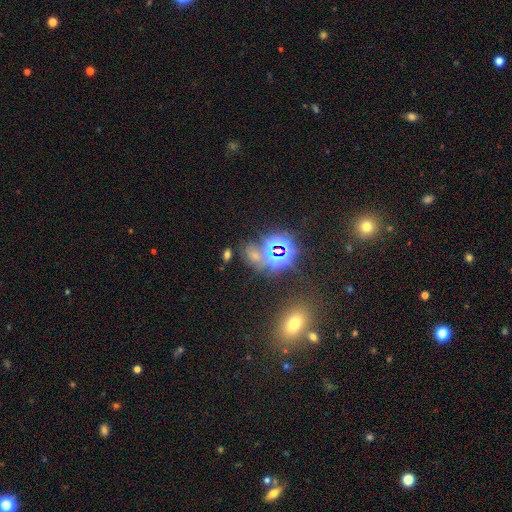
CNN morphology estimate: type=star or artifact (63%).